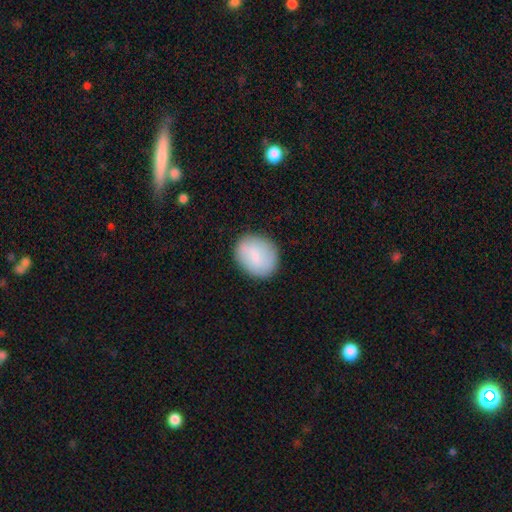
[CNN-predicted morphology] Smooth or featured? Predicted: smooth (p=0.73). How rounded? Predicted: round (p=0.56). Merging? Predicted: none (p=0.84).